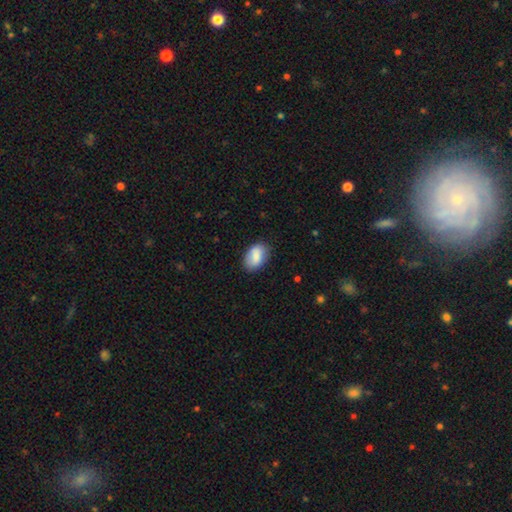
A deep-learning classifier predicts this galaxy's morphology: smooth_or_featured: smooth (p=0.82) [alt: featured or disk p=0.11]
how_rounded: in between (p=0.90) [alt: round p=0.09]
merging: none (p=0.79) [alt: minor disturbance p=0.16]